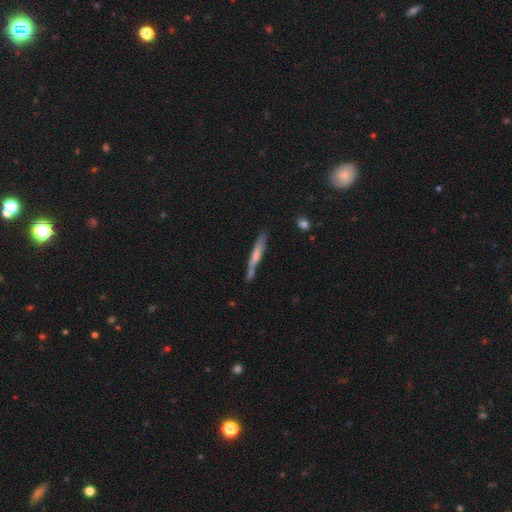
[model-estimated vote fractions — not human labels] smooth 48%, featured or disk 45%, star or artifact 7%. Down the decision tree: merging — none (64%).